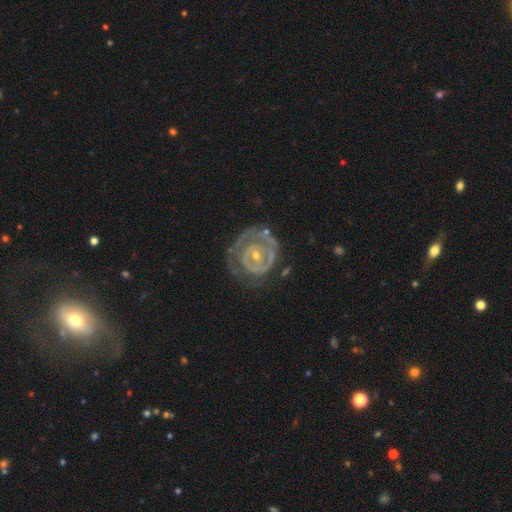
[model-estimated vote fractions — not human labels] smooth_or_featured: featured or disk (p=0.84) [alt: smooth p=0.11]
disk_edge_on: no (p=0.98) [alt: yes p=0.02]
bar: no (p=0.62) [alt: weak p=0.29]
has_spiral_arms: yes (p=0.82) [alt: no p=0.18]
spiral_winding: tight (p=0.72) [alt: medium p=0.20]
spiral_arm_count: 2 (p=0.35) [alt: 1 p=0.26]
bulge_size: small (p=0.62) [alt: moderate p=0.34]
merging: none (p=0.58) [alt: minor disturbance p=0.21]